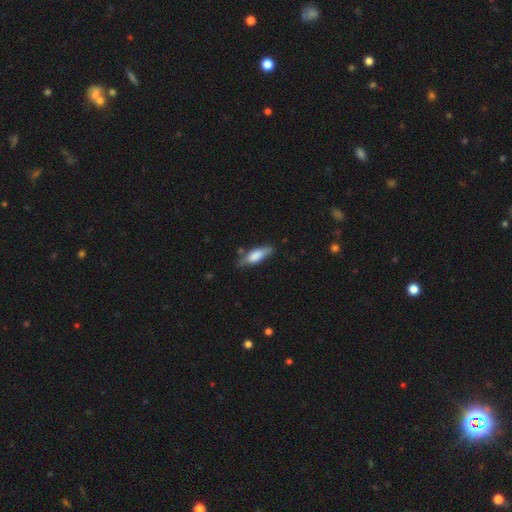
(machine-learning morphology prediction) The model was most divided on "how rounded" (2-way tie): in between: 49%, cigar-shaped: 49%, round: 2%. More confident: merging — none (66%); smooth or featured — smooth (65%).